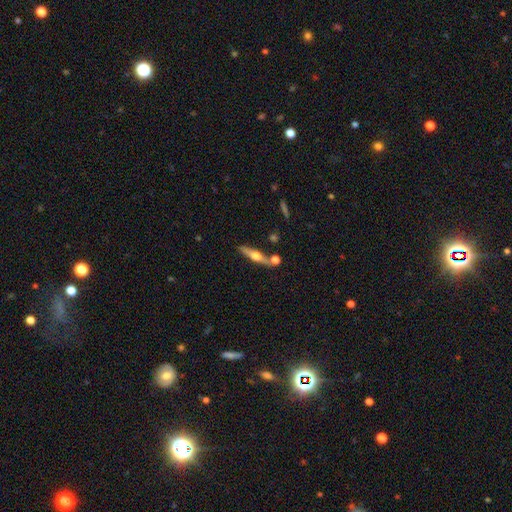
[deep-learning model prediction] smooth-or-featured: featured or disk: 64% | smooth: 30% | star or artifact: 6%
  disk-edge-on: yes: 95% | no: 5%
    edge-on-bulge: rounded: 94% | boxy: 3% | none: 3%
  merging: none: 74% | merger: 13% | minor disturbance: 10% | major disturbance: 3%